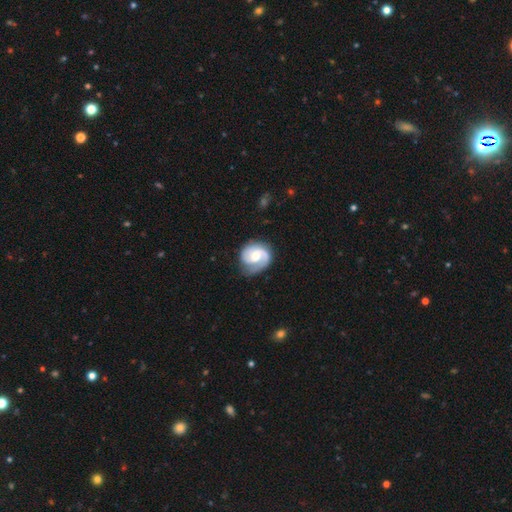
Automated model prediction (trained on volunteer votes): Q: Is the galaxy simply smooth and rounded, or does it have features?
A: featured or disk — 83%.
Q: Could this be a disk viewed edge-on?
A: no — 98%.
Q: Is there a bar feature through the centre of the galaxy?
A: no — 45%.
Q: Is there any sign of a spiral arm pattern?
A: yes — 97%.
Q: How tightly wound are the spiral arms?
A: medium — 45%.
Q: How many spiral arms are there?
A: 2 — 72%.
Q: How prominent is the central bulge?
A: moderate — 60%.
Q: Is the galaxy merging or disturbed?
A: none — 71%.